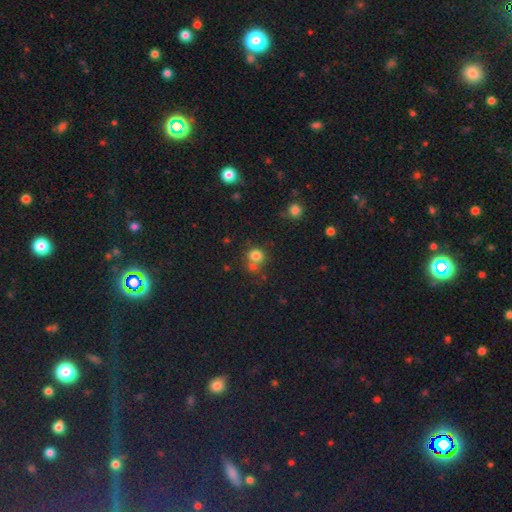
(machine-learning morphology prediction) Q: Smooth or featured?
A: smooth (76%); runner-up: star or artifact (15%)
Q: How rounded?
A: round (78%); runner-up: in between (21%)
Q: Merging?
A: none (52%); runner-up: merger (32%)